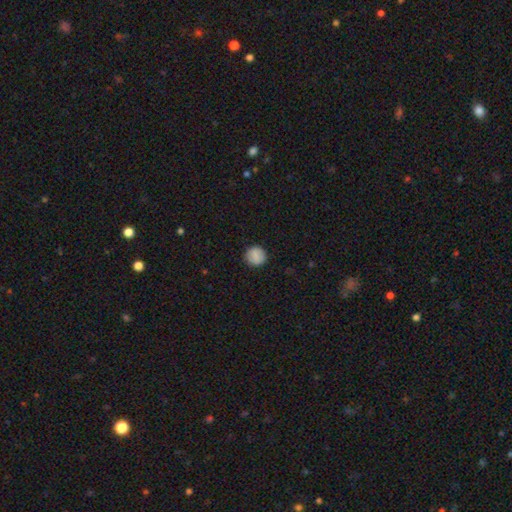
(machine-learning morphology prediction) Smooth or featured: smooth — 83% (featured or disk — 9%)
How rounded: round — 90% (in between — 9%)
Merging: none — 89% (minor disturbance — 8%)